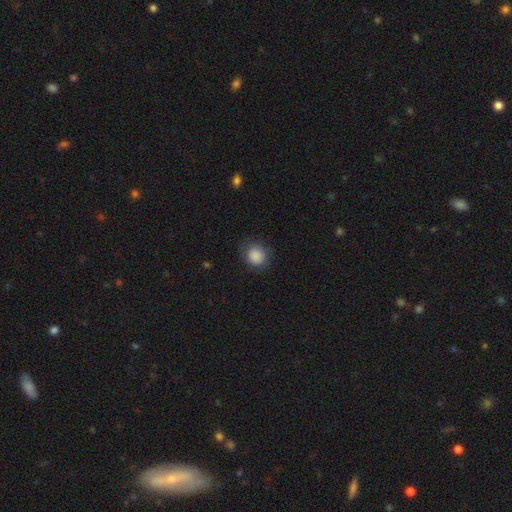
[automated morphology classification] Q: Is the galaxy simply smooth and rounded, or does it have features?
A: smooth — 88%.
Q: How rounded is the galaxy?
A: round — 79%.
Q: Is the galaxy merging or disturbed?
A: none — 83%.